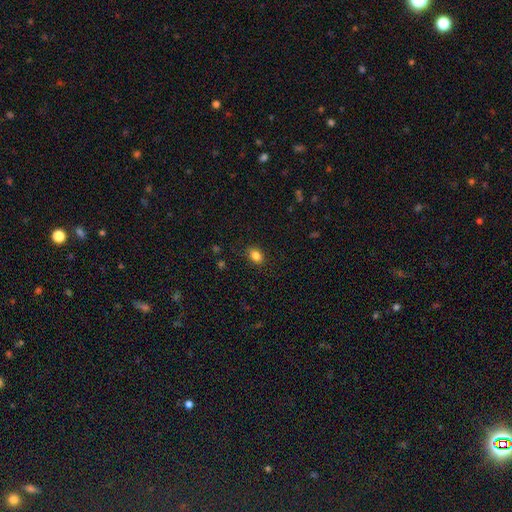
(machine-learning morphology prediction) Overall: smooth (85%). How rounded: in between (75%). Merging: none (85%).